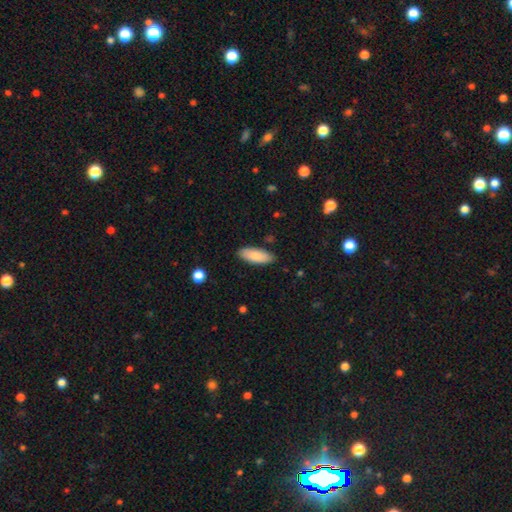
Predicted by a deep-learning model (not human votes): Morphology: type=smooth (86%); roundness=in between (79%); merging=none (86%).